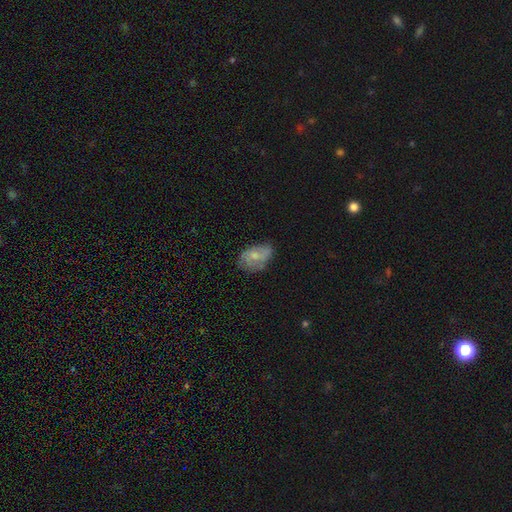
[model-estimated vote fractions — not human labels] smooth 49%, featured or disk 43%, star or artifact 8%. Down the decision tree: merging — none (55%).